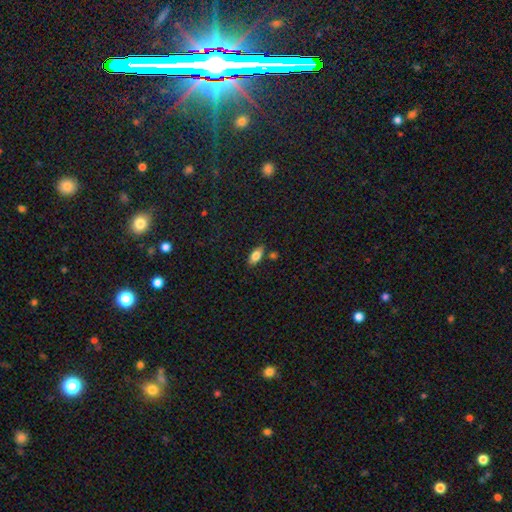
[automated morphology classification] This appears to be a smooth galaxy with no disk features (77%) that is in between round and cigar-shaped (86%). Merging: none (77%).